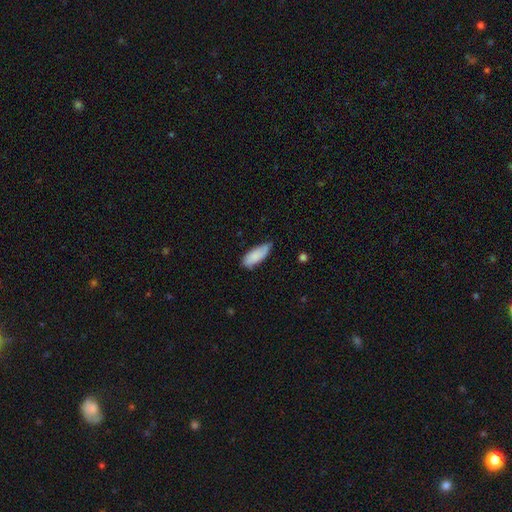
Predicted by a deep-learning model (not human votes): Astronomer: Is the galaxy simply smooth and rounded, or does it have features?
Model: smooth — 85%.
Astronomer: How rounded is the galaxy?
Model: in between — 78%.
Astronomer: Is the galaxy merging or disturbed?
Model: none — 62%.